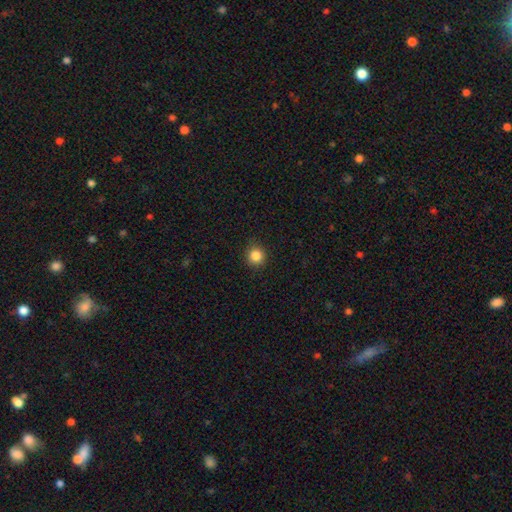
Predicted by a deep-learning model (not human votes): Morphology: type=smooth (85%); roundness=round (92%); merging=none (90%).